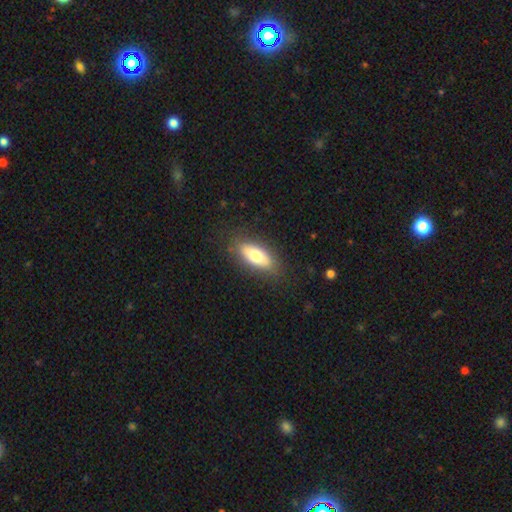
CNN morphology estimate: Smooth or featured? Predicted: smooth (p=0.69). How rounded? Predicted: in between (p=0.80). Merging? Predicted: none (p=0.83).